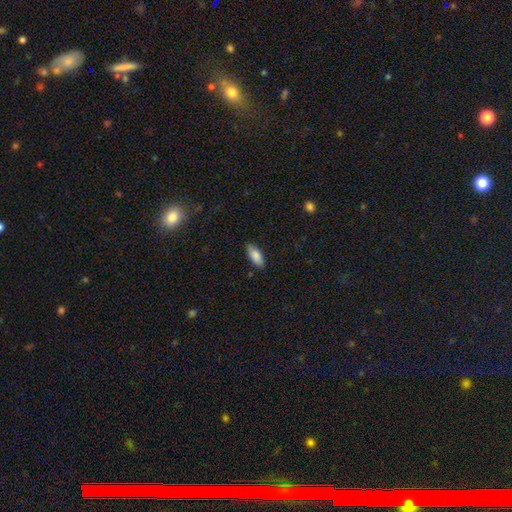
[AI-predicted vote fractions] Smooth or featured? smooth (86%)
How rounded? in between (85%)
Merging? none (86%)